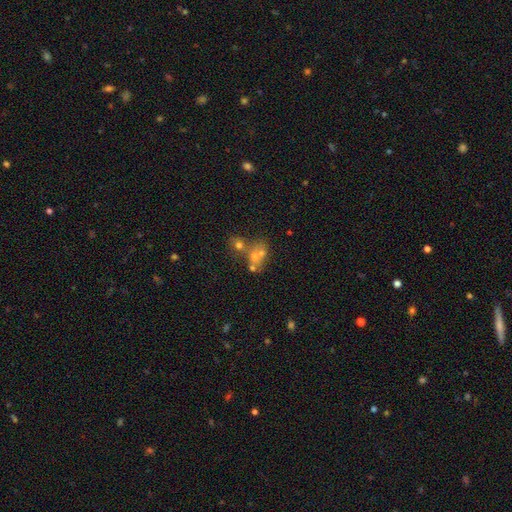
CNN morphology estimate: smooth 48%, featured or disk 28%, star or artifact 24%. Down the decision tree: merging — merger (55%).